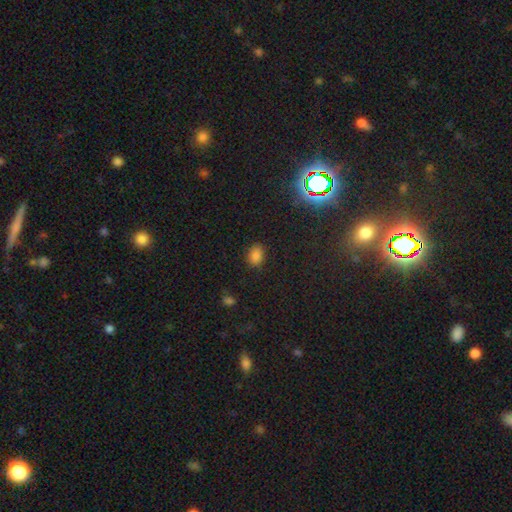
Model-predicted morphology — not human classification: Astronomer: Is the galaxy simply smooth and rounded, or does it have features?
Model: smooth — 81%.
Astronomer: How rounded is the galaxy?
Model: in between — 76%.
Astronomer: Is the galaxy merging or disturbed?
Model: none — 82%.